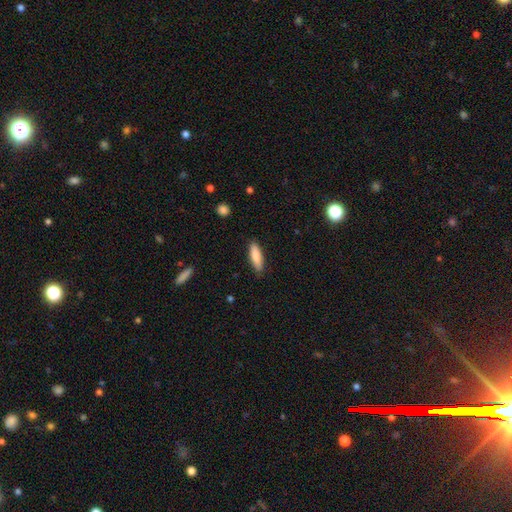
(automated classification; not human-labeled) Smooth or featured: smooth — 85% (featured or disk — 9%)
How rounded: cigar-shaped — 56% (in between — 43%)
Merging: none — 86% (minor disturbance — 11%)